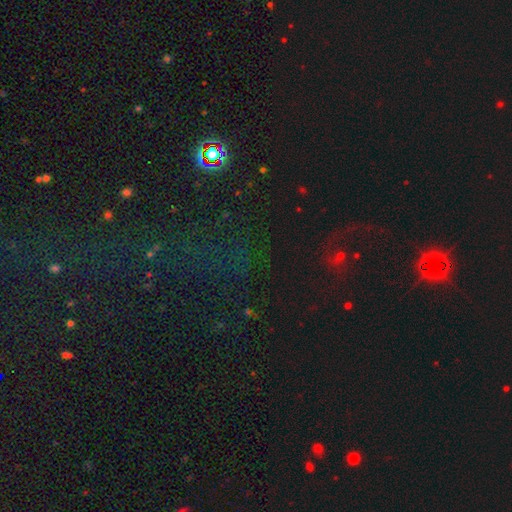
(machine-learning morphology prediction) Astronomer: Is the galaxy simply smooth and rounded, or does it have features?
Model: star or artifact — 70%.